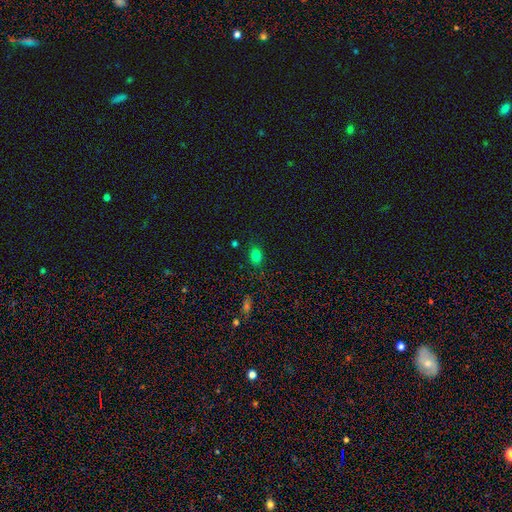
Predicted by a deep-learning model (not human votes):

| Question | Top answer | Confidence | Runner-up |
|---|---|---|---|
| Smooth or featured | smooth | 79% | star or artifact (16%) |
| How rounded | in between | 72% | round (27%) |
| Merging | none | 80% | minor disturbance (14%) |